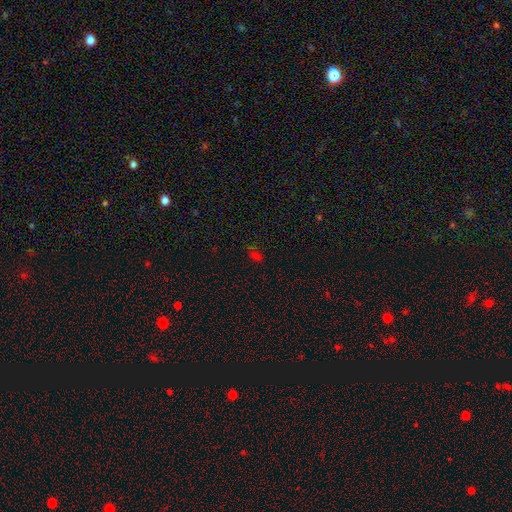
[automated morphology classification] Q: Smooth or featured?
A: smooth (54%); runner-up: star or artifact (38%)
Q: How rounded?
A: in between (80%); runner-up: round (16%)
Q: Merging?
A: none (68%); runner-up: minor disturbance (19%)